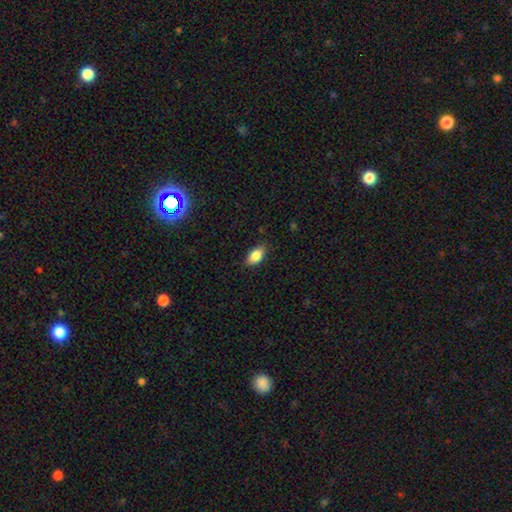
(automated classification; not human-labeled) This appears to be a smooth galaxy with no disk features (84%) that is in between round and cigar-shaped (90%). Merging: none (81%).